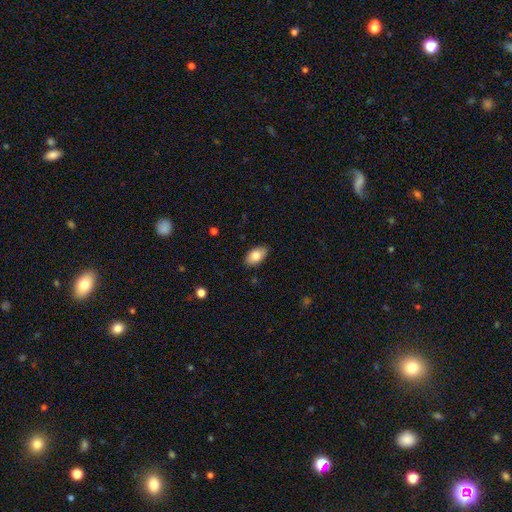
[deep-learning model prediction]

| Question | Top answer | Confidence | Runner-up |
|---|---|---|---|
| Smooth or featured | smooth | 82% | featured or disk (11%) |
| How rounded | in between | 93% | round (5%) |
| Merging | none | 85% | minor disturbance (12%) |